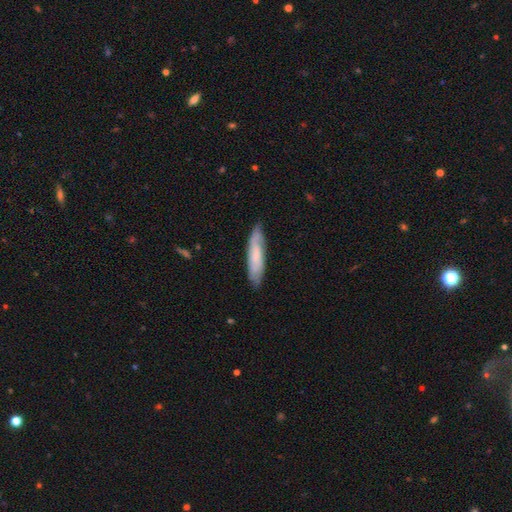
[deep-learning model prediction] A smooth galaxy with no disk features (59%) that is cigar-shaped (77%). Merging: none (79%).